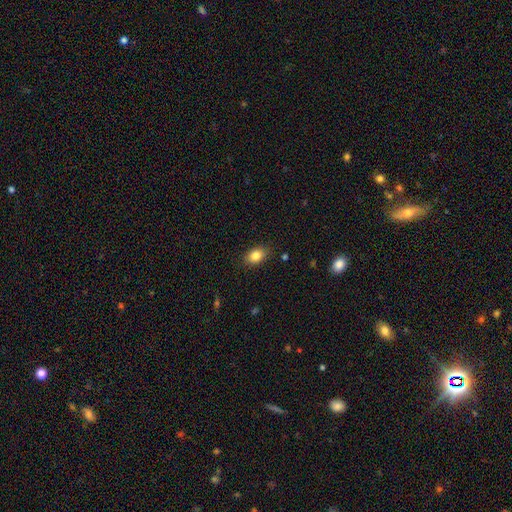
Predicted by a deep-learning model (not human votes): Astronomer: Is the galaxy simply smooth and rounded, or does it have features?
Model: smooth — 84%.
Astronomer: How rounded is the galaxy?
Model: in between — 80%.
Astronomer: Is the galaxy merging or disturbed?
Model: none — 85%.